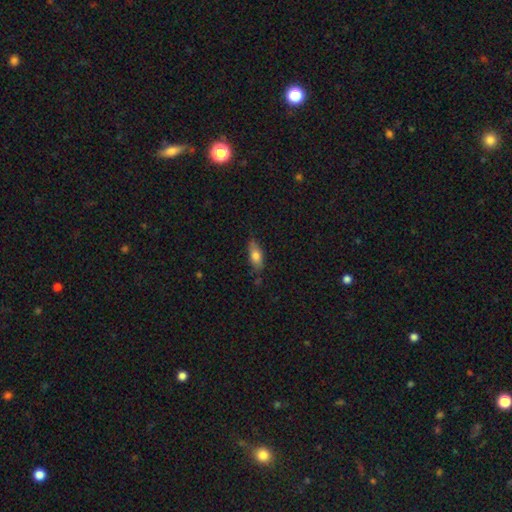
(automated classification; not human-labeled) Smooth or featured? smooth (73%)
How rounded? in between (72%)
Merging? none (76%)